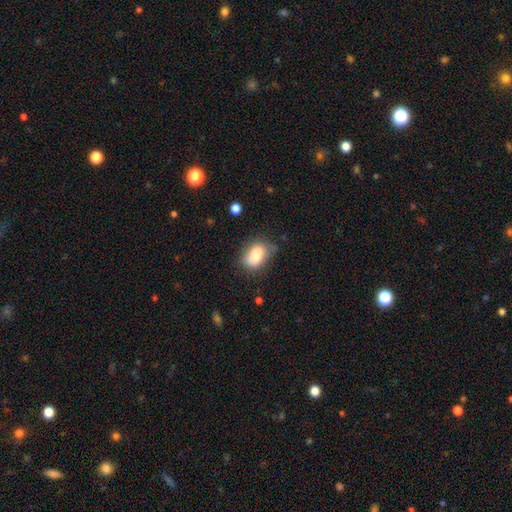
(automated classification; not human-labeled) Smooth or featured? smooth (73%)
How rounded? in between (82%)
Merging? none (55%)